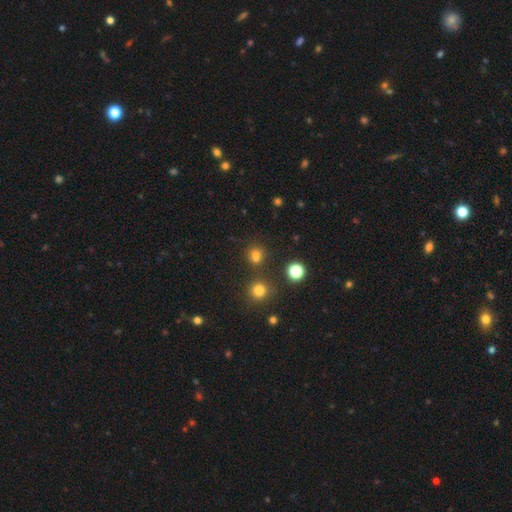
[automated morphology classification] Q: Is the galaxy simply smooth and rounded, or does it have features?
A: smooth — 74%.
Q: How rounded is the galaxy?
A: round — 78%.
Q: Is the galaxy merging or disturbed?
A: none — 72%.